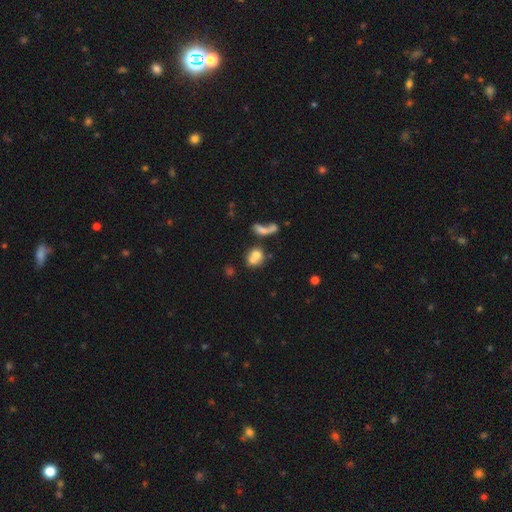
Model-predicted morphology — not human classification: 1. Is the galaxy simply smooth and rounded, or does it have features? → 68% smooth, 20% featured or disk, 12% star or artifact.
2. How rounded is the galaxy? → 69% round, 29% in between, 2% cigar-shaped.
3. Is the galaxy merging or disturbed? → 50% merger, 31% none, 9% major disturbance, 9% minor disturbance.